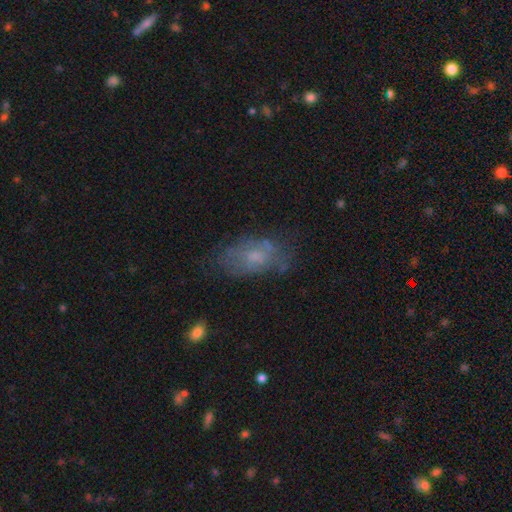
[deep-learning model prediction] Smooth or featured?
  - smooth: 49% *
  - featured or disk: 41%
  - star or artifact: 11%
Merging?
  - none: 56% *
  - minor disturbance: 26%
  - major disturbance: 15%
  - merger: 3%